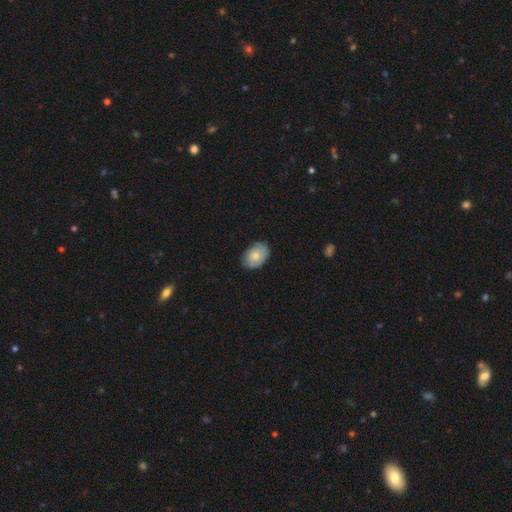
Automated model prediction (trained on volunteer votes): Q: Smooth or featured?
A: smooth (67%); runner-up: featured or disk (26%)
Q: How rounded?
A: in between (79%); runner-up: round (20%)
Q: Merging?
A: none (76%); runner-up: minor disturbance (19%)